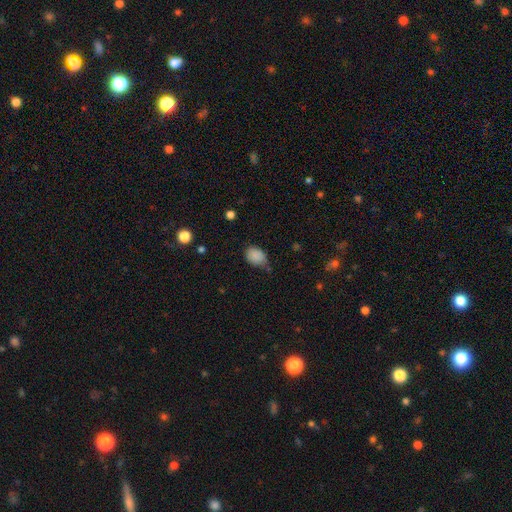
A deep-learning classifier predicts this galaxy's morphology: Overall: smooth (86%). How rounded: in between (68%; round 31%). Merging: none (54%; minor disturbance 36%).